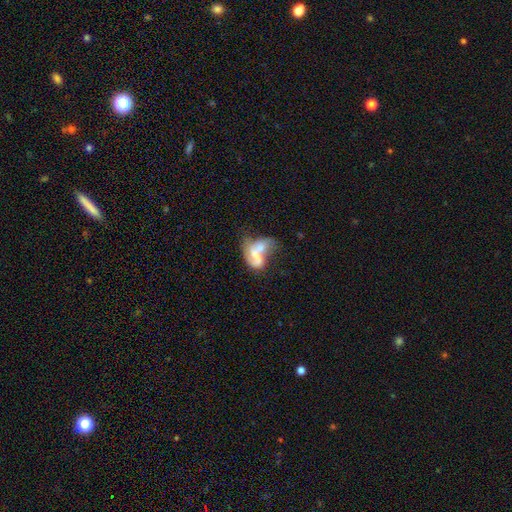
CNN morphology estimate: Smooth or featured: featured or disk — 53% (smooth — 39%)
Edge-on disk: no — 96% (yes — 4%)
Bar: no — 59% (weak — 27%)
Spiral arms: no — 50% (tied with yes — 50%)
Bulge size: none — 38% (moderate — 26%)
Merging: merger — 58% (major disturbance — 19%)